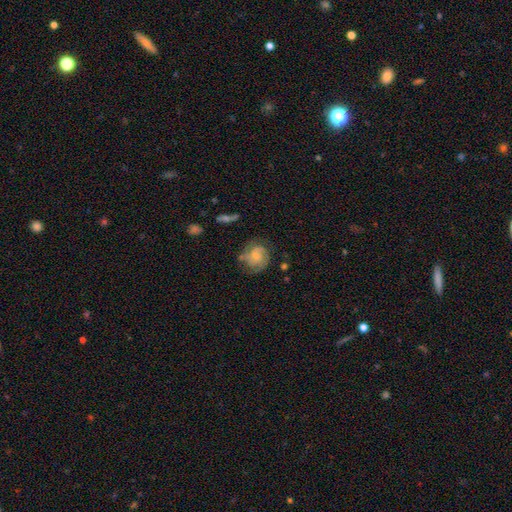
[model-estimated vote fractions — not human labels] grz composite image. It shows a featured or disk galaxy (66%) with no bar (59%), 2 (46%) tight (46%) spiral arms (89%) and a small central bulge (56%). Merging: none (64%).